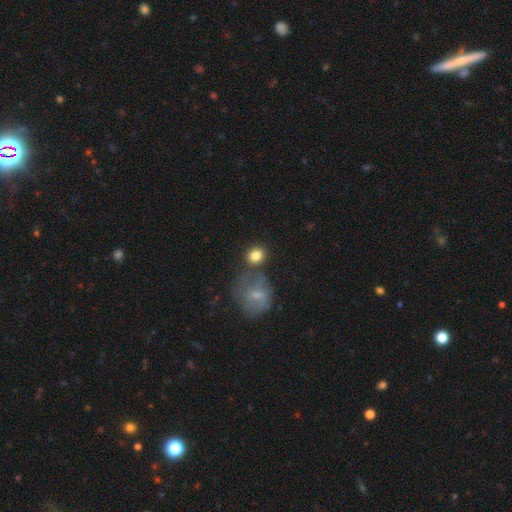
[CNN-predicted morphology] Smooth or featured?
  - smooth: 82% *
  - star or artifact: 10%
  - featured or disk: 8%
How rounded?
  - round: 80% *
  - in between: 18%
  - cigar-shaped: 1%
Merging?
  - none: 70% *
  - merger: 14%
  - minor disturbance: 11%
  - major disturbance: 5%